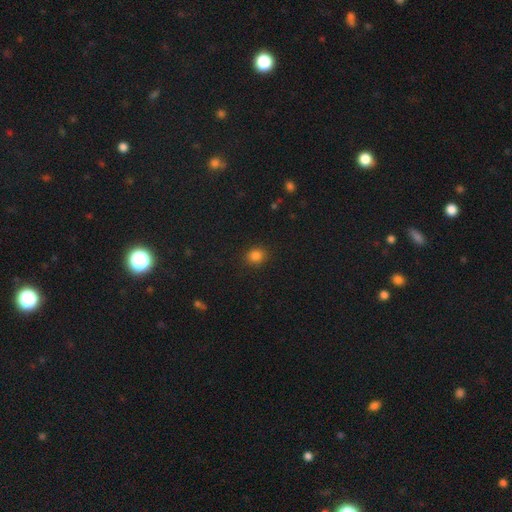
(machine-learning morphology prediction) Smooth or featured?
  - smooth: 83% *
  - star or artifact: 13%
  - featured or disk: 4%
How rounded?
  - round: 74% *
  - in between: 26%
  - cigar-shaped: 1%
Merging?
  - none: 88% *
  - minor disturbance: 9%
  - major disturbance: 2%
  - merger: 1%